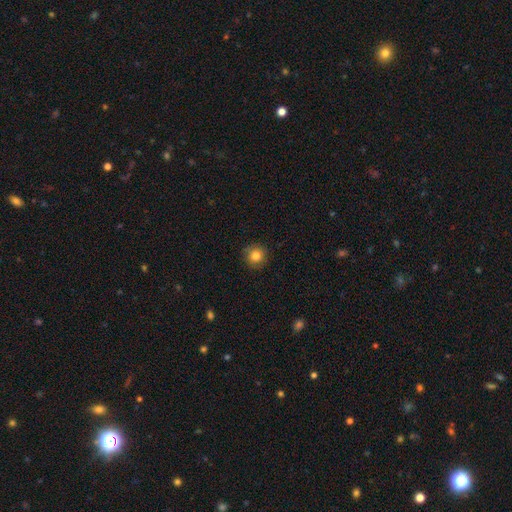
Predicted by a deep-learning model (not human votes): The model was most divided on "smooth or featured": smooth: 83%, star or artifact: 11%, featured or disk: 7%. More confident: how rounded — round (94%); merging — none (89%).